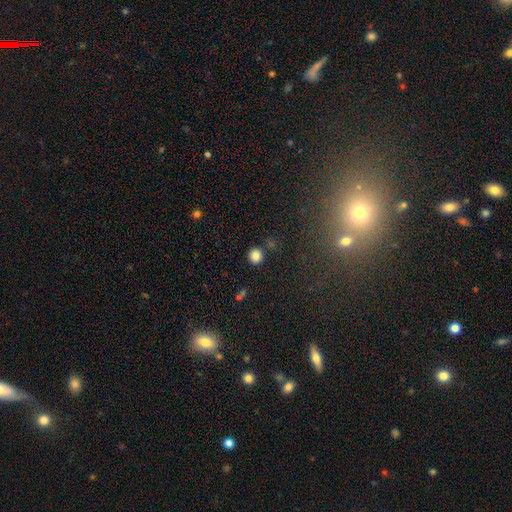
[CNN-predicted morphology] A smooth galaxy with no disk features (84%) that is round (92%). Merging: none (85%).